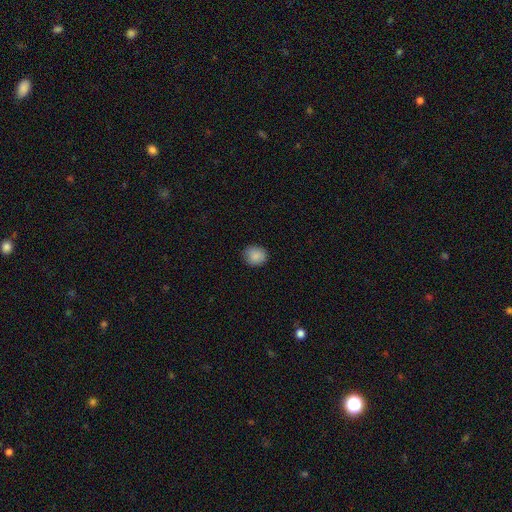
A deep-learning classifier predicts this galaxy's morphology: Smooth or featured?
  - smooth: 88% *
  - star or artifact: 8%
  - featured or disk: 4%
How rounded?
  - round: 79% *
  - in between: 20%
  - cigar-shaped: 1%
Merging?
  - none: 86% *
  - minor disturbance: 11%
  - major disturbance: 2%
  - merger: 1%